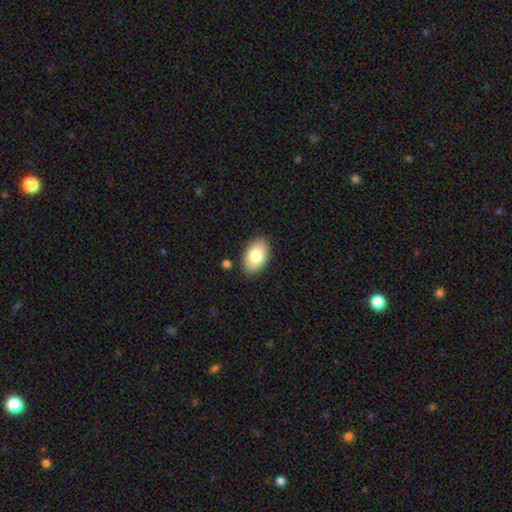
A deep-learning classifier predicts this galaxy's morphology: smooth_or_featured: smooth (p=0.81) [alt: featured or disk p=0.12]
how_rounded: in between (p=0.93) [alt: round p=0.06]
merging: none (p=0.87) [alt: minor disturbance p=0.09]